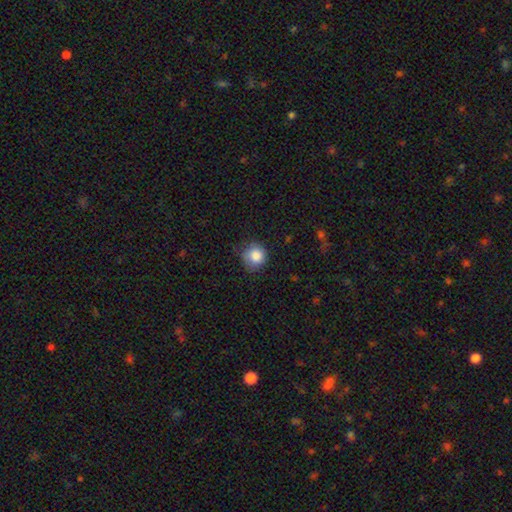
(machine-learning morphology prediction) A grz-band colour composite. It shows a smooth galaxy with no disk features (86%) that is round (90%). Merging: none (70%).